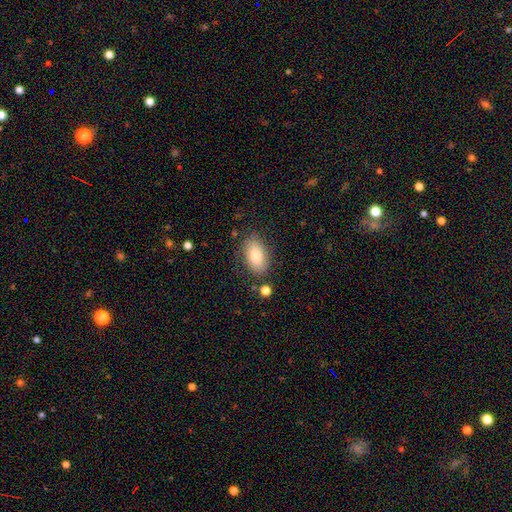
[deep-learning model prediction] Smooth or featured? Predicted: smooth (p=0.83). How rounded? Predicted: in between (p=0.92). Merging? Predicted: none (p=0.78).